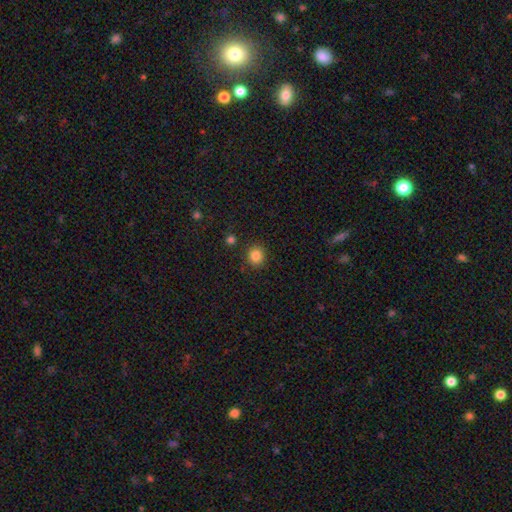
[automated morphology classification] Smooth or featured? Predicted: smooth (p=0.85). How rounded? Predicted: round (p=0.88). Merging? Predicted: none (p=0.88).